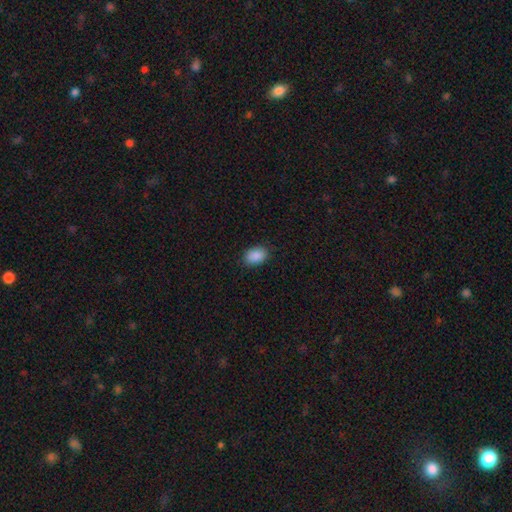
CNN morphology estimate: Smooth or featured? smooth (90%)
How rounded? in between (87%)
Merging? none (87%)